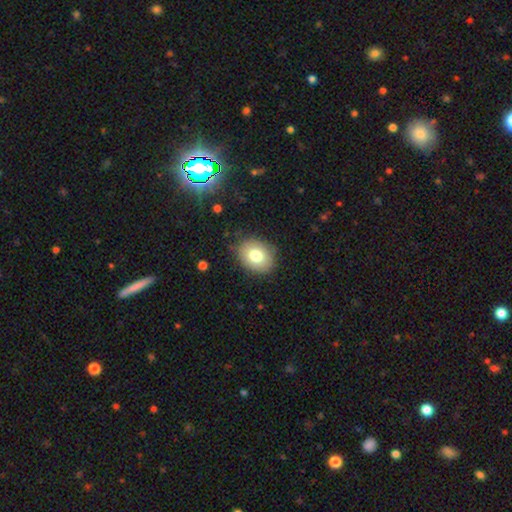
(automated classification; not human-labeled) smooth-or-featured: smooth: 77% | featured or disk: 14% | star or artifact: 9%
  how-rounded: in between: 52% | round: 47% | cigar-shaped: 1%
  merging: none: 84% | minor disturbance: 11% | major disturbance: 3% | merger: 1%